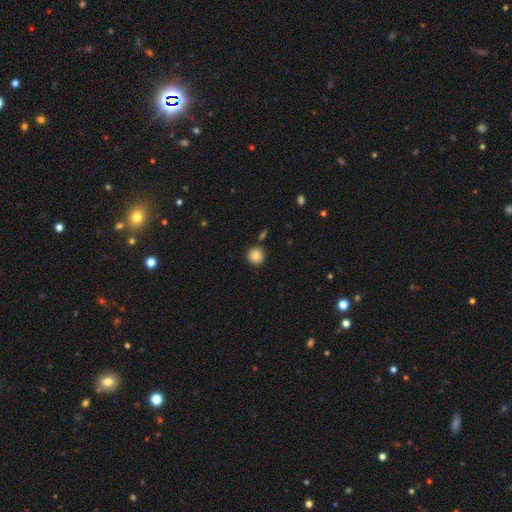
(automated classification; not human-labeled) Smooth or featured: smooth — 86% (star or artifact — 9%)
How rounded: round — 94% (in between — 5%)
Merging: none — 86% (minor disturbance — 7%)